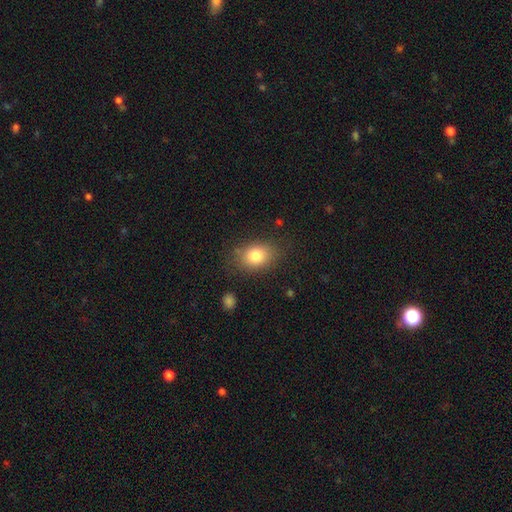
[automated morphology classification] Smooth or featured? smooth (81%)
How rounded? in between (68%)
Merging? none (77%)